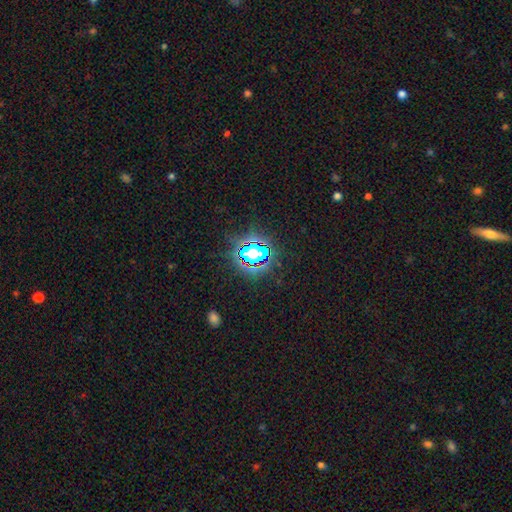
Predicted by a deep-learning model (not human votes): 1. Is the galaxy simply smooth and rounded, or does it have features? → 71% star or artifact, 17% smooth, 12% featured or disk.